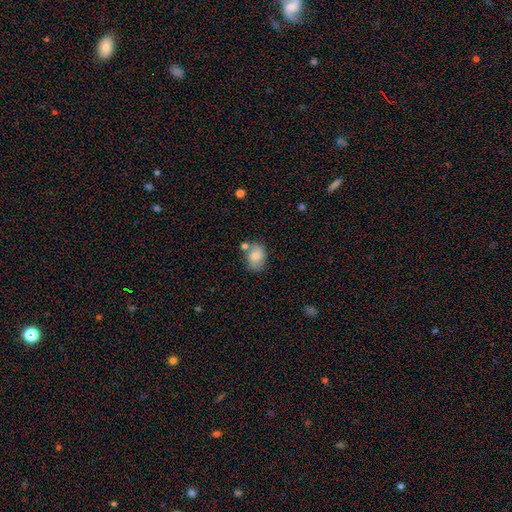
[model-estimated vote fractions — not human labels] smooth 73%, featured or disk 19%, star or artifact 8%. Down the decision tree: how rounded — in between (67%); merging — none (56%).